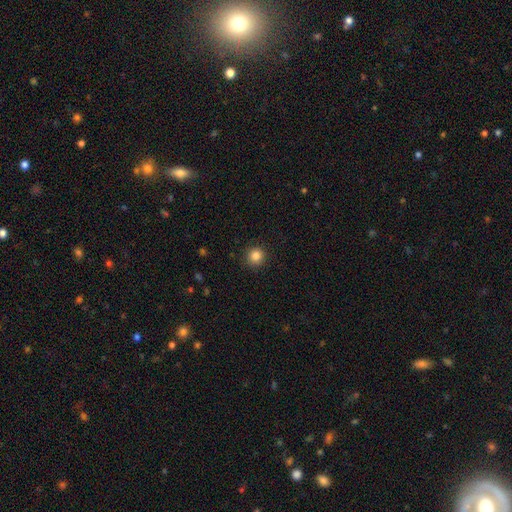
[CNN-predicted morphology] A smooth galaxy with no disk features (85%) that is round (93%). Merging: none (90%).